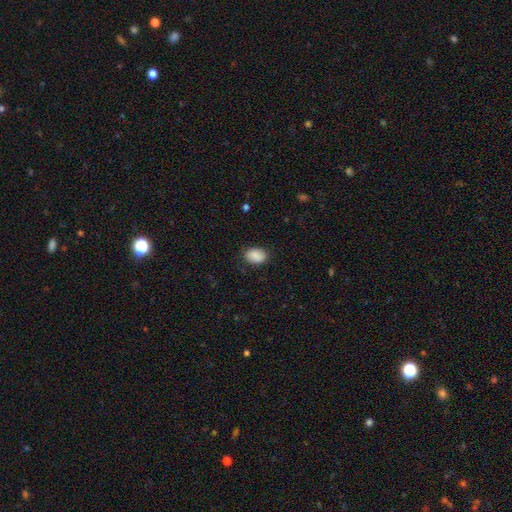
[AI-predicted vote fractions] Q: Smooth or featured?
A: smooth (86%); runner-up: star or artifact (7%)
Q: How rounded?
A: in between (77%); runner-up: round (22%)
Q: Merging?
A: none (83%); runner-up: minor disturbance (13%)